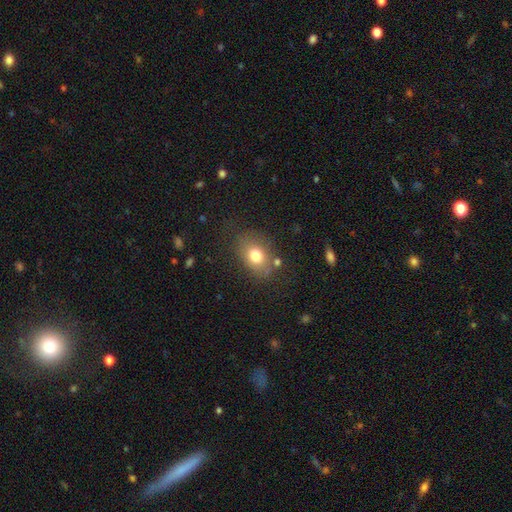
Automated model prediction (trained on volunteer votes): This appears to be a smooth galaxy with no disk features (76%) that is in between round and cigar-shaped (68%). Merging: none (70%).